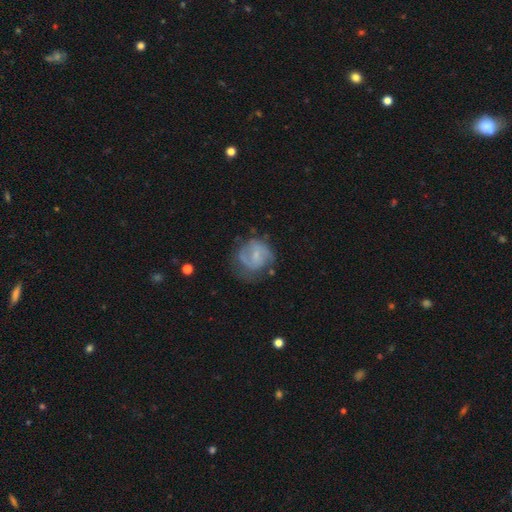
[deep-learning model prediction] Smooth or featured? featured or disk (60%)
Edge-on disk? no (98%)
Bar? weak (49%)
Spiral arms? yes (74%)
Bulge size? small (59%)
Merging? none (52%)